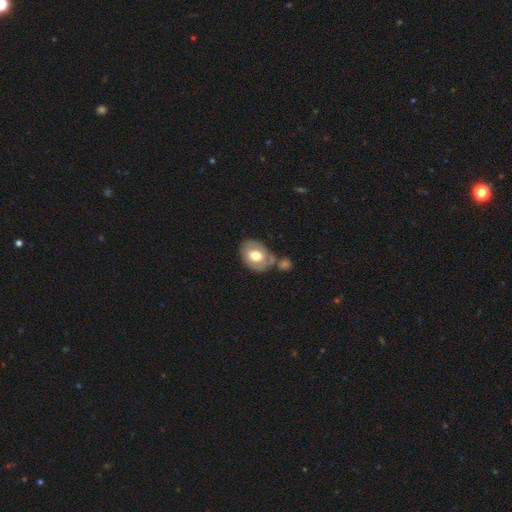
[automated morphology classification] smooth 60%, featured or disk 34%, star or artifact 6%. Down the decision tree: how rounded — in between (67%); merging — none (51%).